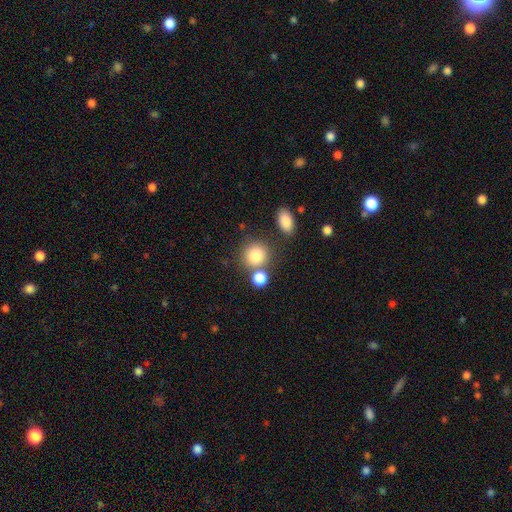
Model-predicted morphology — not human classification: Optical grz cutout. It shows a smooth galaxy with no disk features (84%) that is round (84%). Merging: none (63%).